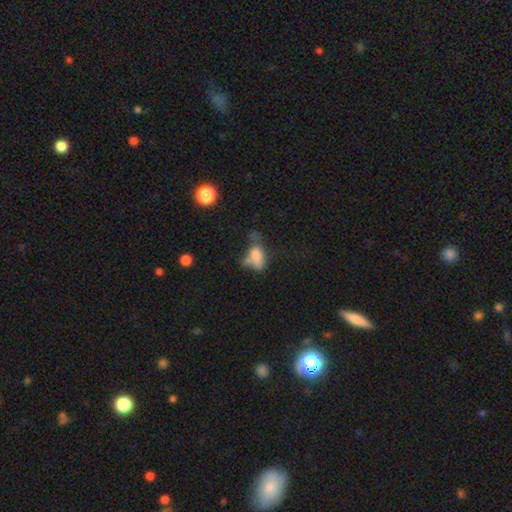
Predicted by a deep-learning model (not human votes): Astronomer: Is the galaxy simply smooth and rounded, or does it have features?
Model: smooth — 67%.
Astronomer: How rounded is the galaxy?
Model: in between — 83%.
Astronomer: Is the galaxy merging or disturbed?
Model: major disturbance — 29% (runner-up: none, 24%).